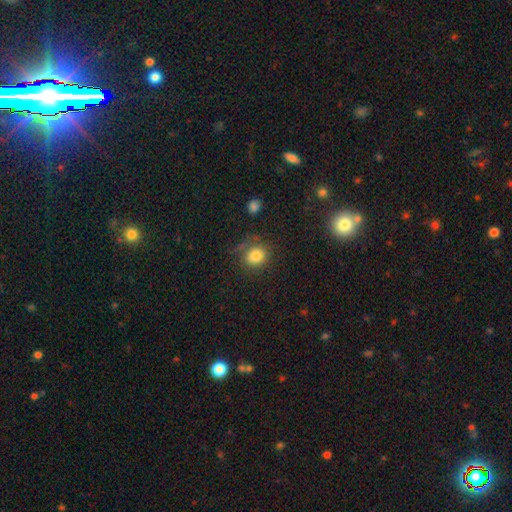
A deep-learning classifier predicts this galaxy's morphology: type=smooth (82%); roundness=round (64%); merging=none (70%).